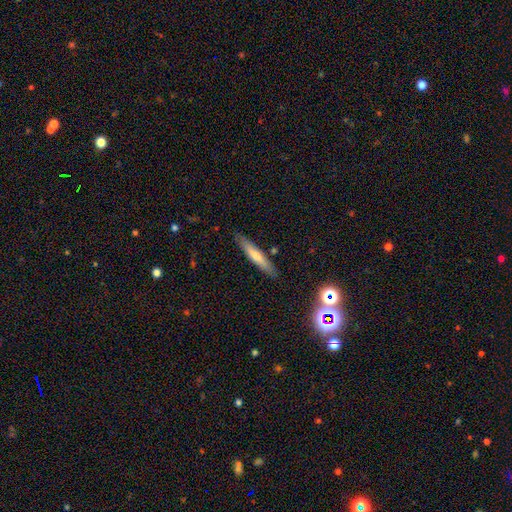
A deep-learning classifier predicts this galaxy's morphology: Smooth or featured? smooth (47%)
Merging? none (87%)